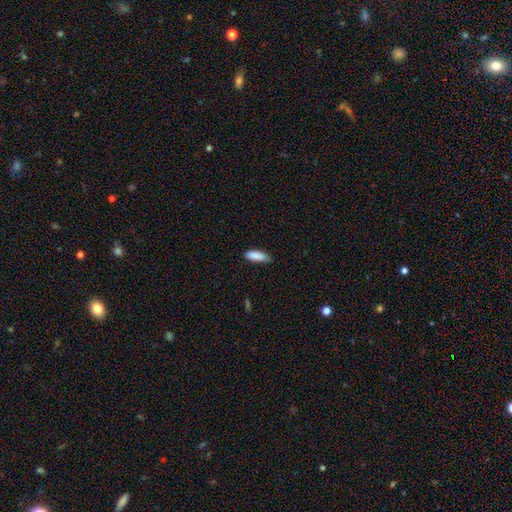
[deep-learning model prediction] This is clearly a smooth galaxy (88%). How rounded: possibly in between (57%). Merging: likely none (72%).